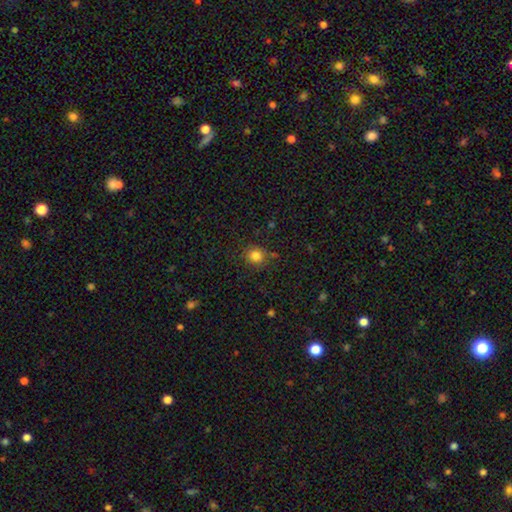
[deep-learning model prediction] The model was most divided on "merging": none: 81%, minor disturbance: 12%, major disturbance: 4%, merger: 3%. More confident: how rounded — round (86%); smooth or featured — smooth (82%).